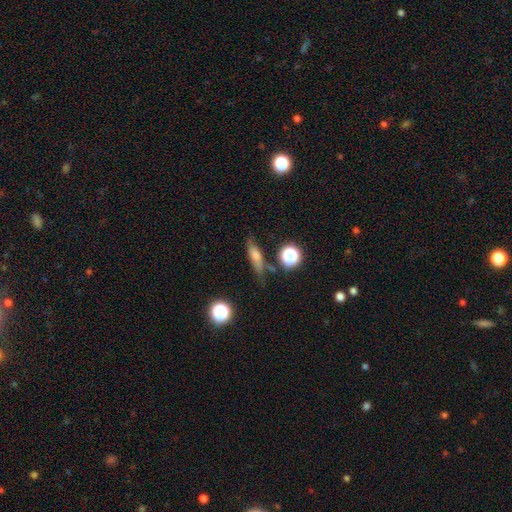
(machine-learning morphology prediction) A smooth galaxy with no disk features (48%).

Vote fractions:
- Smooth or featured? smooth: 48% / featured or disk: 34% / star or artifact: 18%
- Merging? none: 74% / minor disturbance: 17% / major disturbance: 5% / merger: 4%